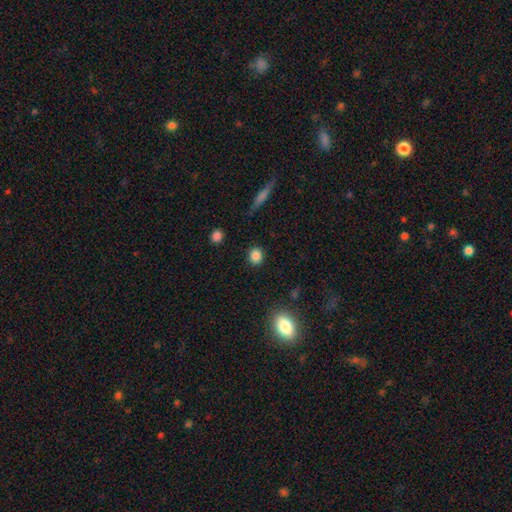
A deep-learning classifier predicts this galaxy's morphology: smooth 86%, star or artifact 10%, featured or disk 4%. Down the decision tree: how rounded — round (75%); merging — none (89%).